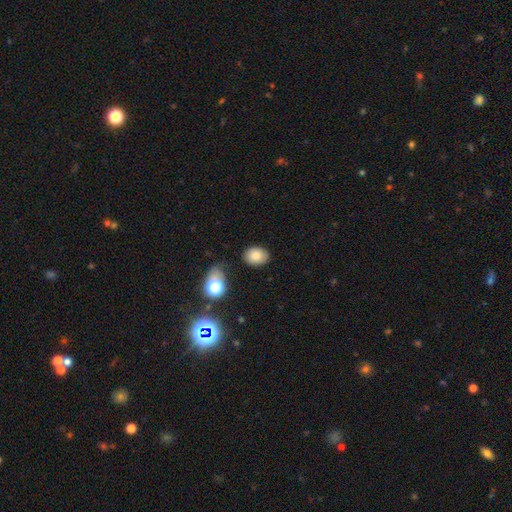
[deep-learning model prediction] Overall: smooth (82%). How rounded: in between (69%; round 30%). Merging: none (79%).